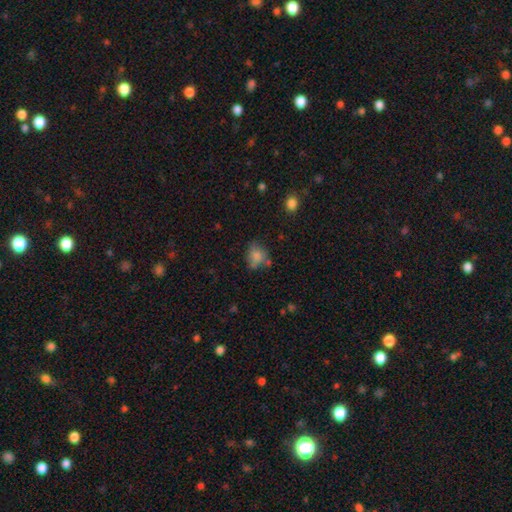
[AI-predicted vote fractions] Smooth or featured? smooth (70%)
How rounded? round (51%)
Merging? none (53%)